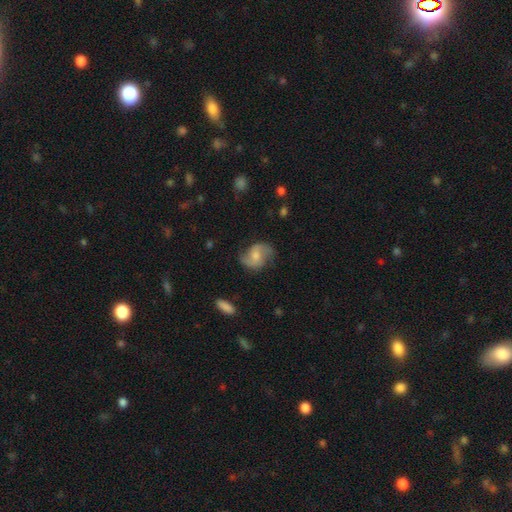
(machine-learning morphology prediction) A featured or disk galaxy (70%) with a weak bar (45%), 2 (90%) loose (48%) spiral arms (93%) and a moderate central bulge (46%).

Vote fractions:
- Smooth or featured? featured or disk: 70% / smooth: 23% / star or artifact: 7%
- Edge-on disk? no: 97% / yes: 3%
- Bar? weak: 45% / no: 44% / strong: 11%
- Spiral arms? yes: 93% / no: 7%
- Spiral winding? loose: 48% / medium: 41% / tight: 11%
- Spiral arm count? 2: 90% / can't tell: 4% / 1: 2% / 3: 1% / 4: 1% / more than 4: 1%
- Bulge size? moderate: 46% / small: 33% / none: 12% / large: 8% / dominant: 1%
- Merging? none: 71% / minor disturbance: 19% / major disturbance: 8% / merger: 2%